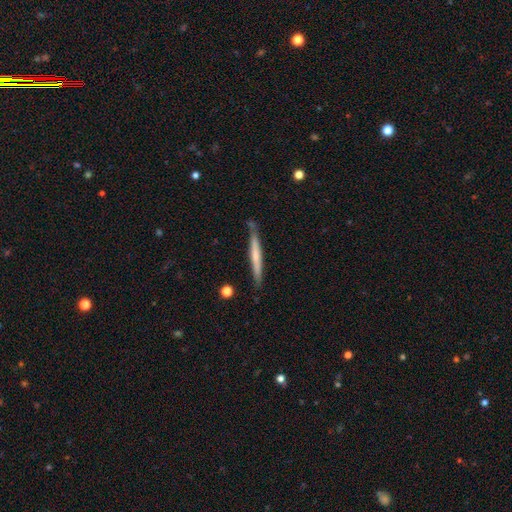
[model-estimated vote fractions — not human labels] smooth 50%, featured or disk 44%, star or artifact 5%. Down the decision tree: how rounded — cigar-shaped (96%); merging — none (81%).